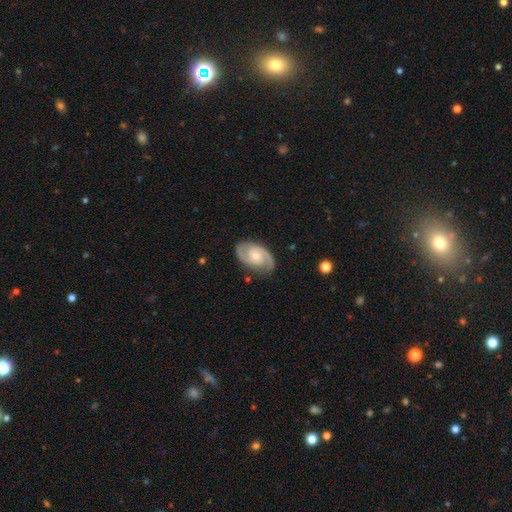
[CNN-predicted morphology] This appears to be a featured or disk galaxy (84%) with no bar (59%), 2 (90%) medium (49%) spiral arms (96%) and a moderate central bulge (46%). Merging: none (81%).